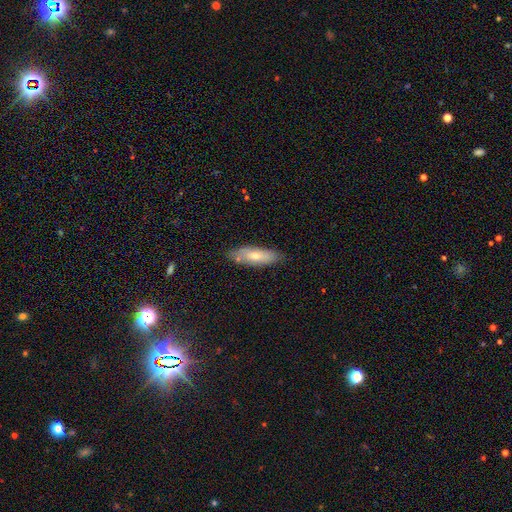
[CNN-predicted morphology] smooth_or_featured: smooth (p=0.72) [alt: featured or disk p=0.22]
how_rounded: in between (p=0.55) [alt: cigar-shaped p=0.43]
merging: none (p=0.76) [alt: minor disturbance p=0.17]